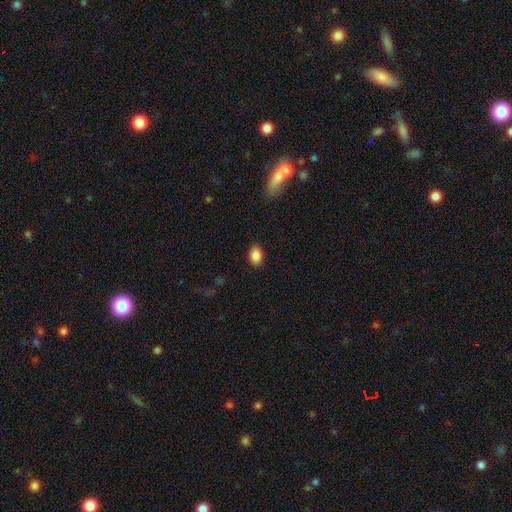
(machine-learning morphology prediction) This appears to be a smooth galaxy with no disk features (87%) that is in between round and cigar-shaped (77%). Merging: none (88%).